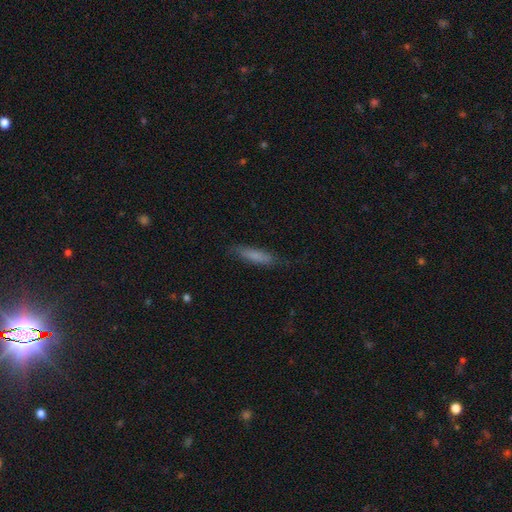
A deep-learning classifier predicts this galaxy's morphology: type=smooth (74%); roundness=cigar-shaped (83%); merging=none (78%).